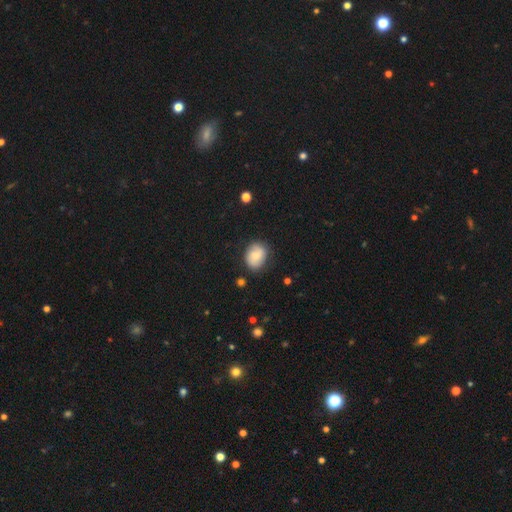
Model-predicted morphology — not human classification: This is likely a smooth galaxy (65%). How rounded: possibly in between (51%). Merging: likely none (75%).